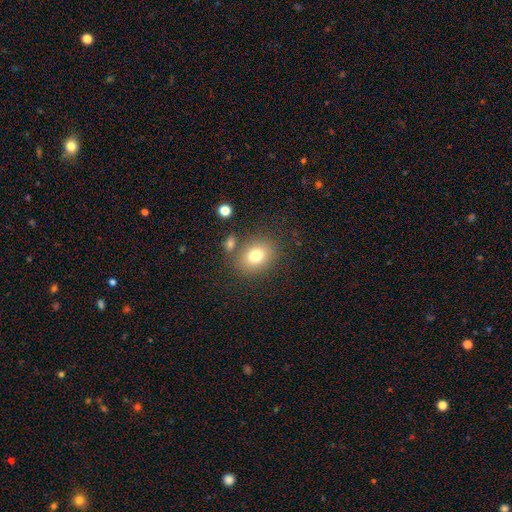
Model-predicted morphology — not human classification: Overall: smooth (77%). How rounded: round (53%; in between 46%). Merging: none (76%).